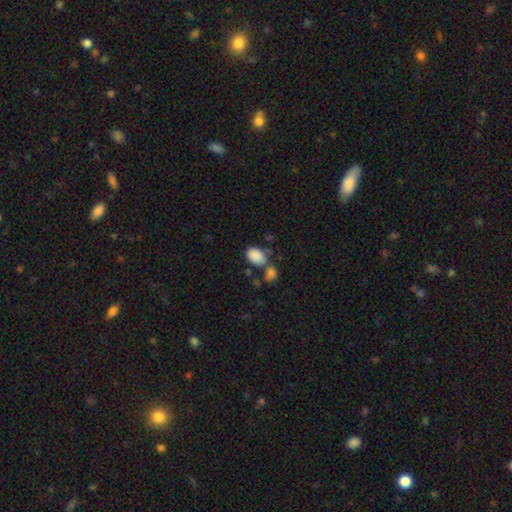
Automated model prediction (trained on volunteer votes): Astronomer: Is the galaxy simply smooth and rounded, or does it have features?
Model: smooth — 87%.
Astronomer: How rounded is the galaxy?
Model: in between — 86%.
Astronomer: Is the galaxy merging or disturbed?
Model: none — 48% (runner-up: merger, 33%).